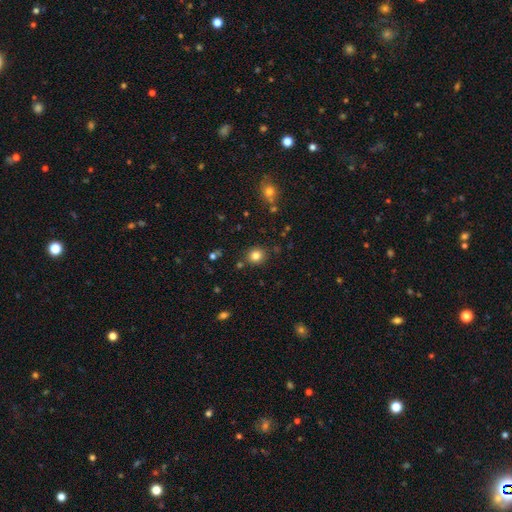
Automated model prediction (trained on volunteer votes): Q: Smooth or featured?
A: smooth (81%); runner-up: star or artifact (12%)
Q: How rounded?
A: round (84%); runner-up: in between (15%)
Q: Merging?
A: none (85%); runner-up: minor disturbance (8%)